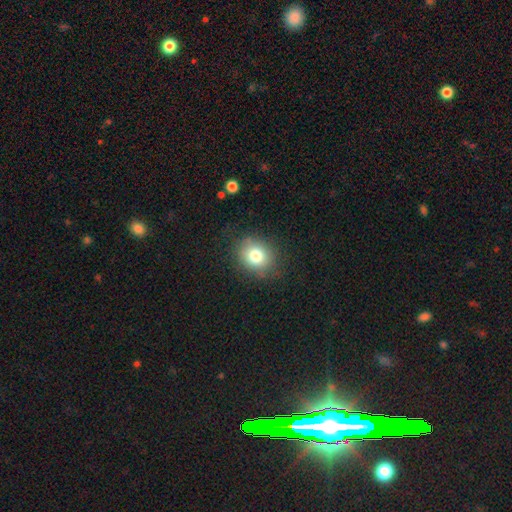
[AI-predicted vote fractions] Smooth or featured? smooth (77%)
How rounded? round (67%)
Merging? none (81%)